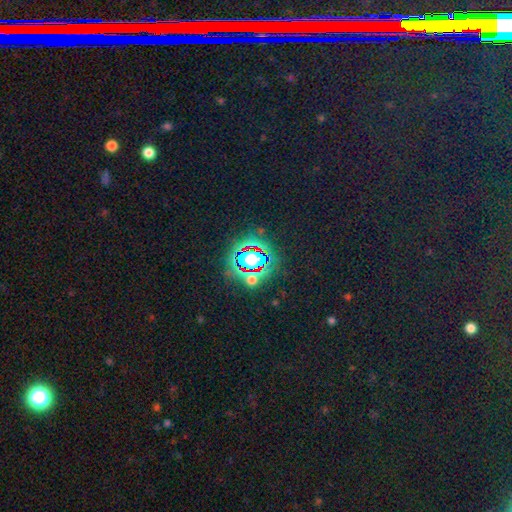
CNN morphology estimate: Smooth or featured: star or artifact — 82% (smooth — 11%)